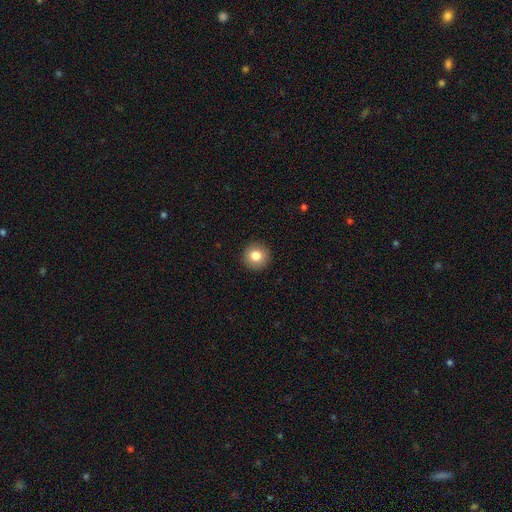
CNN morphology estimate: A smooth galaxy with no disk features (82%) that is round (95%). Merging: none (93%).